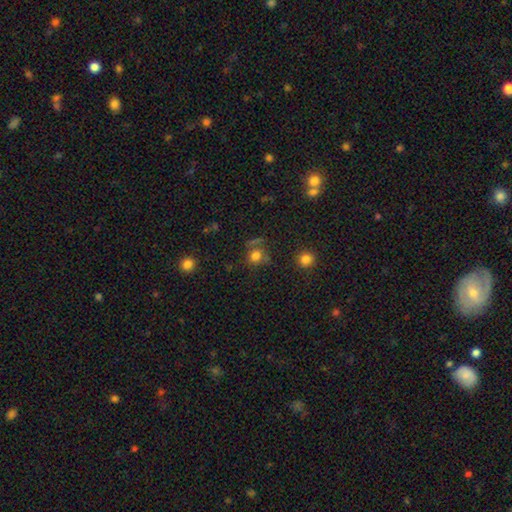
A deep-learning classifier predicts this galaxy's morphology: This is likely a smooth galaxy (74%). How rounded: likely round (78%). Merging: likely none (64%).